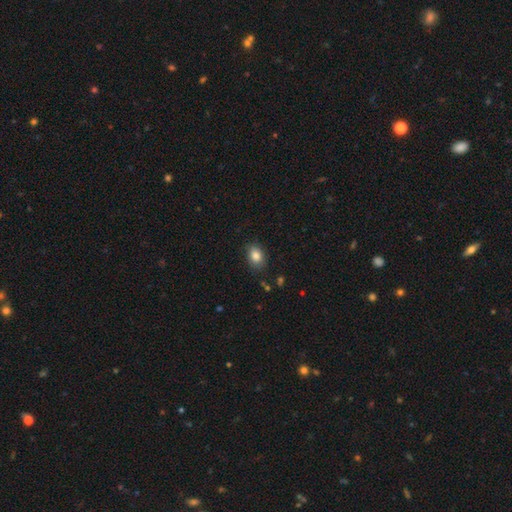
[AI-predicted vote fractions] smooth 85%, star or artifact 9%, featured or disk 6%. Down the decision tree: how rounded — in between (74%); merging — none (84%).